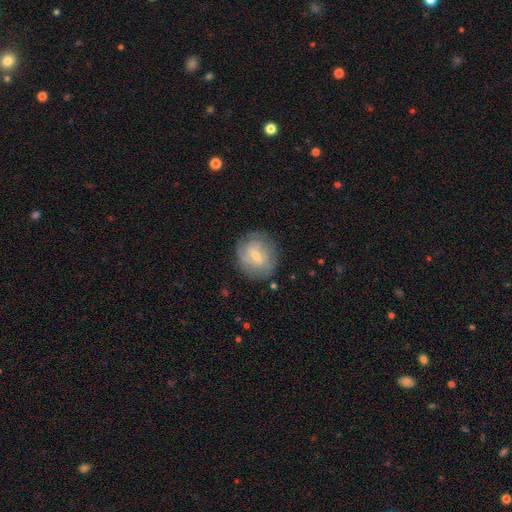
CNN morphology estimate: Smooth or featured? featured or disk (53%)
Edge-on disk? no (96%)
Bar? weak (56%)
Spiral arms? yes (68%)
Bulge size? small (67%)
Merging? none (76%)